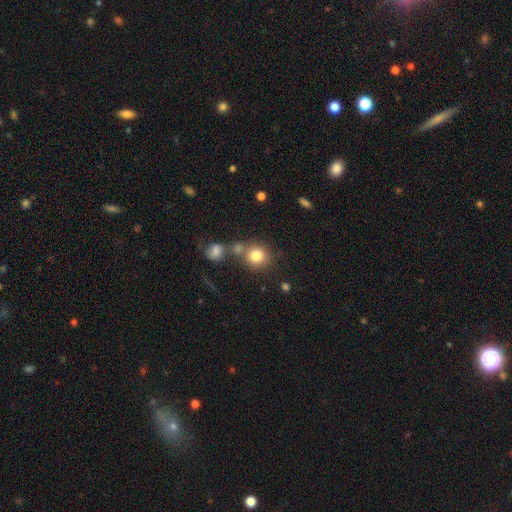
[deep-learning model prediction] Smooth or featured?
  - smooth: 80% *
  - star or artifact: 11%
  - featured or disk: 9%
How rounded?
  - round: 86% *
  - in between: 13%
  - cigar-shaped: 1%
Merging?
  - none: 61% *
  - merger: 24%
  - minor disturbance: 10%
  - major disturbance: 5%